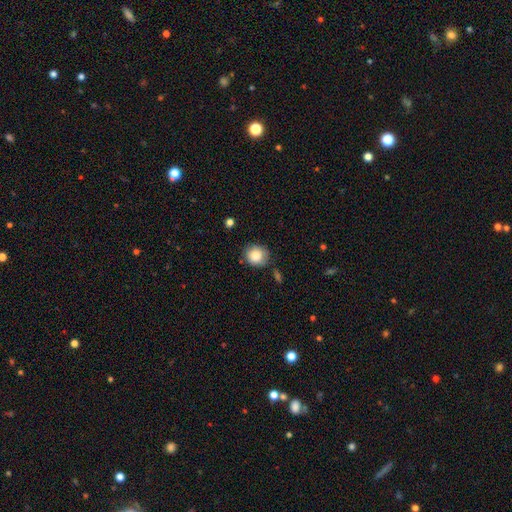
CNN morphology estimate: A smooth galaxy with no disk features (85%) that is round (81%). Merging: none (76%).